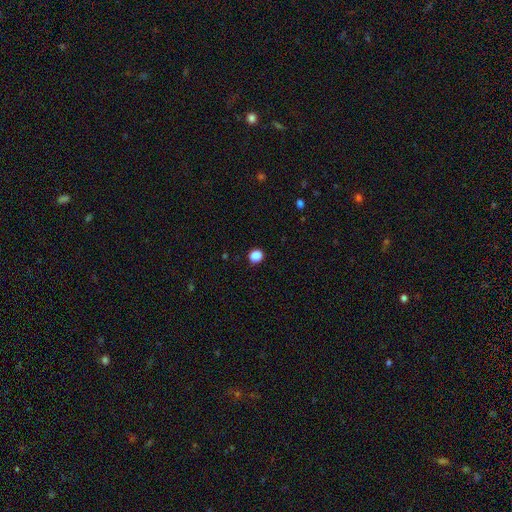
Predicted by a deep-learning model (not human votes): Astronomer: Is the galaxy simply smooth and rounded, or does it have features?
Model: smooth — 87%.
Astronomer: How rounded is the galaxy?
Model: round — 81%.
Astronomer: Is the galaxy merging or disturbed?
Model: none — 90%.